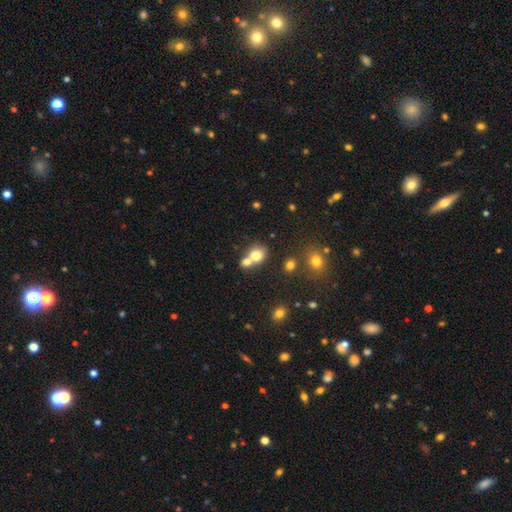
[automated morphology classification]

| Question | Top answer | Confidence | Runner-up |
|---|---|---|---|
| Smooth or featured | smooth | 76% | featured or disk (13%) |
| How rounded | round | 62% | in between (37%) |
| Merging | merger | 54% | none (34%) |